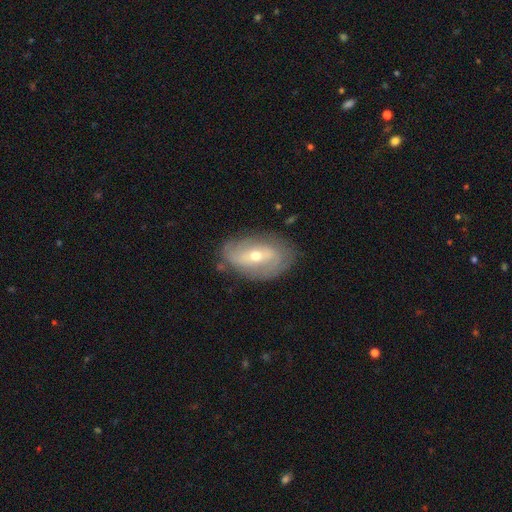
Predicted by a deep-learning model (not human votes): This is likely a featured or disk galaxy (72%). It is clearly not viewed edge-on (92%). Bar: marginally weak (40%). Spiral arm pattern: likely yes (74%). Central bulge: possibly moderate (51%). Merging: likely none (74%).